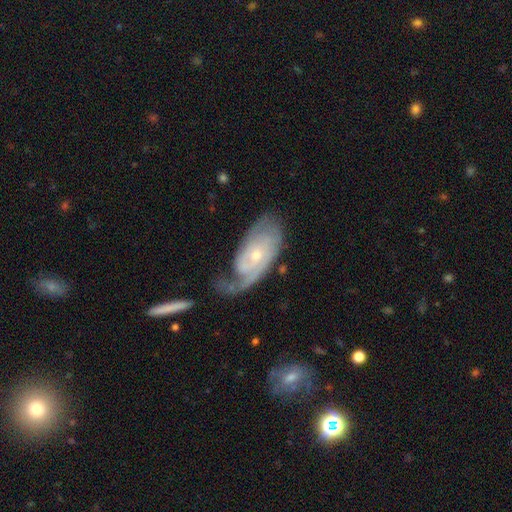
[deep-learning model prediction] A featured or disk galaxy (80%) with no bar (70%), 1 (38%) tight (51%) spiral arms (92%) and a small central bulge (62%).

Vote fractions:
- Smooth or featured? featured or disk: 80% / smooth: 15% / star or artifact: 5%
- Edge-on disk? no: 94% / yes: 6%
- Bar? no: 70% / weak: 25% / strong: 5%
- Spiral arms? yes: 92% / no: 8%
- Spiral winding? tight: 51% / medium: 33% / loose: 16%
- Spiral arm count? 1: 38% / 2: 34% / can't tell: 20% / 3: 5% / 4: 2% / more than 4: 2%
- Bulge size? small: 62% / moderate: 34% / large: 1% / none: 1% / dominant: 1%
- Merging? none: 47% / major disturbance: 24% / minor disturbance: 24% / merger: 5%